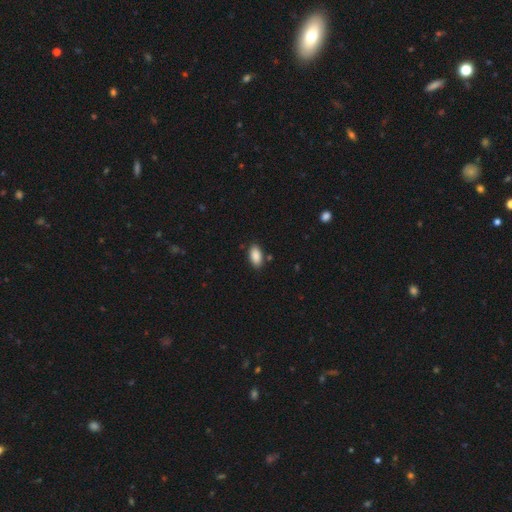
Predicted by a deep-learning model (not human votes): Q: Smooth or featured?
A: smooth (89%); runner-up: star or artifact (7%)
Q: How rounded?
A: in between (94%); runner-up: cigar-shaped (3%)
Q: Merging?
A: none (85%); runner-up: minor disturbance (10%)